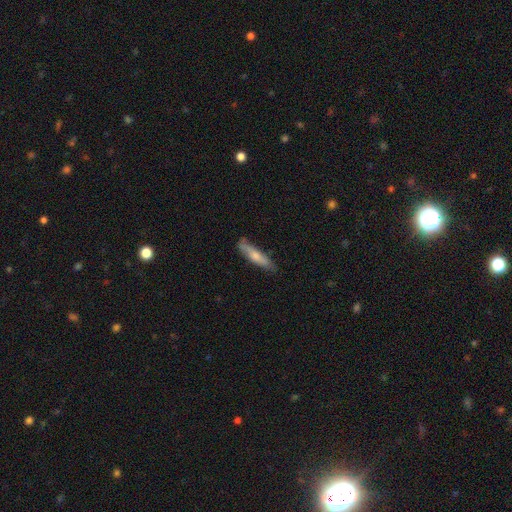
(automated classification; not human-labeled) smooth-or-featured: smooth: 65% | featured or disk: 29% | star or artifact: 6%
  how-rounded: cigar-shaped: 81% | in between: 17% | round: 2%
  merging: none: 77% | minor disturbance: 18% | major disturbance: 3% | merger: 2%